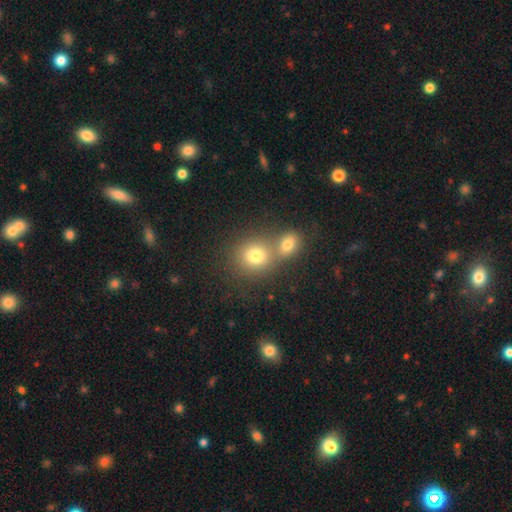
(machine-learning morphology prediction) A smooth galaxy with no disk features (77%) that is round (76%).

Vote fractions:
- Smooth or featured? smooth: 77% / star or artifact: 13% / featured or disk: 10%
- How rounded? round: 76% / in between: 23% / cigar-shaped: 1%
- Merging? merger: 48% / none: 42% / minor disturbance: 7% / major disturbance: 3%